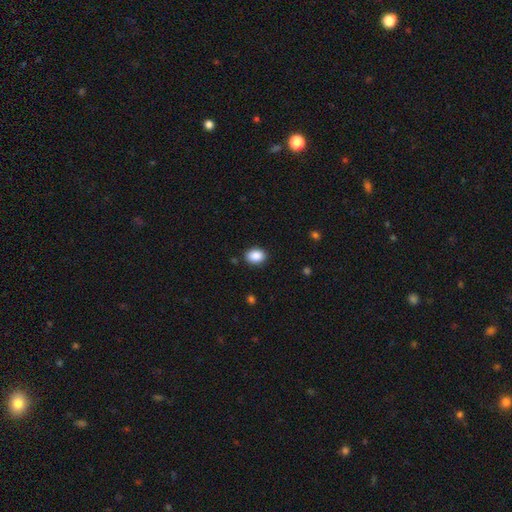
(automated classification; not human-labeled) This is clearly a smooth galaxy (89%). How rounded: likely in between (69%). Merging: clearly none (88%).